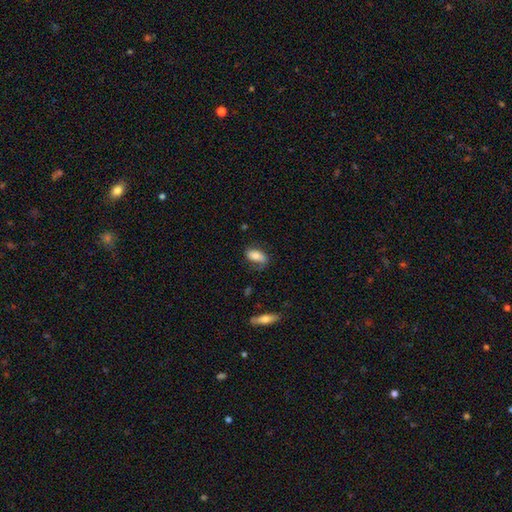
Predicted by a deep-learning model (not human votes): smooth 74%, featured or disk 19%, star or artifact 8%. Down the decision tree: how rounded — in between (89%); merging — none (62%).